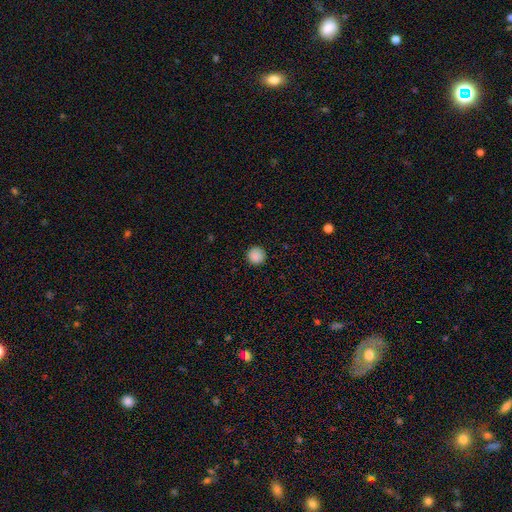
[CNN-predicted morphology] smooth 88%, star or artifact 9%, featured or disk 3%. Down the decision tree: how rounded — round (95%); merging — none (91%).